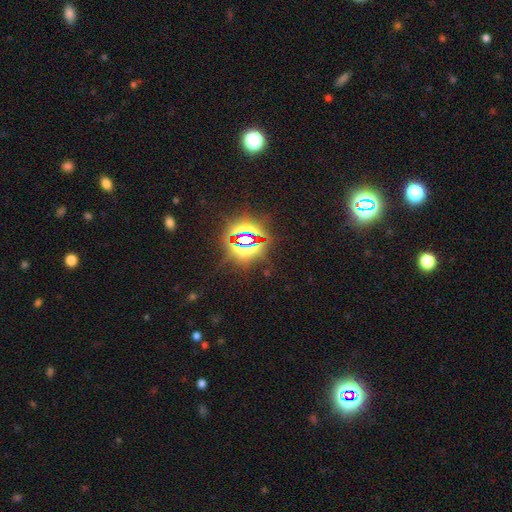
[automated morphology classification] A star or artifact, not a galaxy (83%).

Vote fractions:
- Smooth or featured? star or artifact: 83% / smooth: 11% / featured or disk: 6%